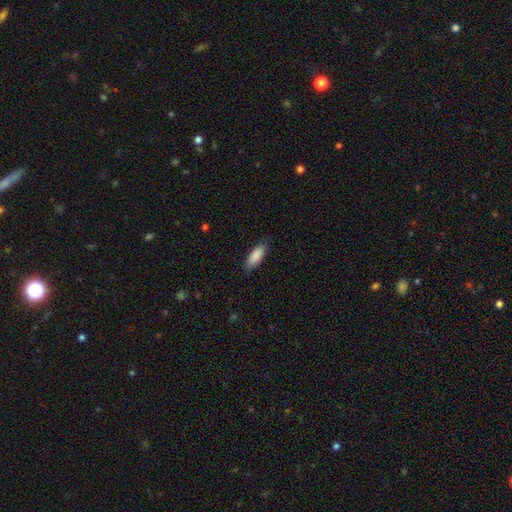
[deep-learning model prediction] A smooth galaxy with no disk features (88%) that is in between round and cigar-shaped (66%). Merging: none (85%).